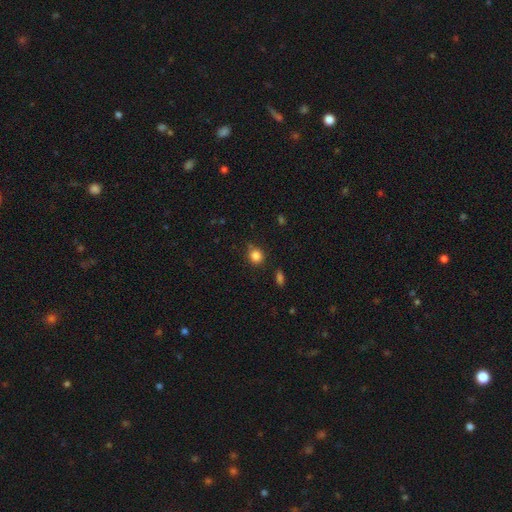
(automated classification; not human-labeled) Morphology: type=smooth (85%); roundness=round (84%); merging=none (77%).